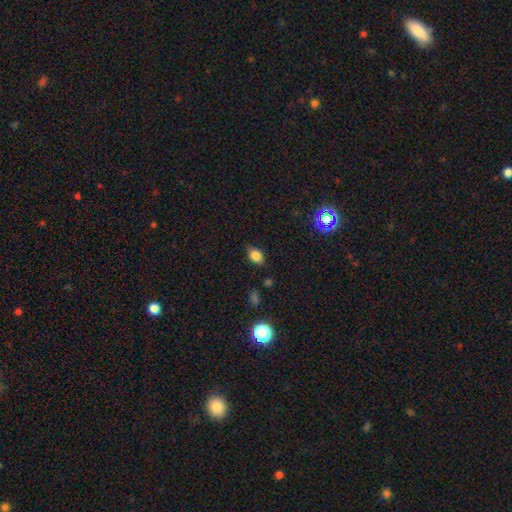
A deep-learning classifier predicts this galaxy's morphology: The model was most divided on "how rounded": in between: 76%, round: 22%, cigar-shaped: 2%. More confident: smooth or featured — smooth (81%); merging — none (79%).